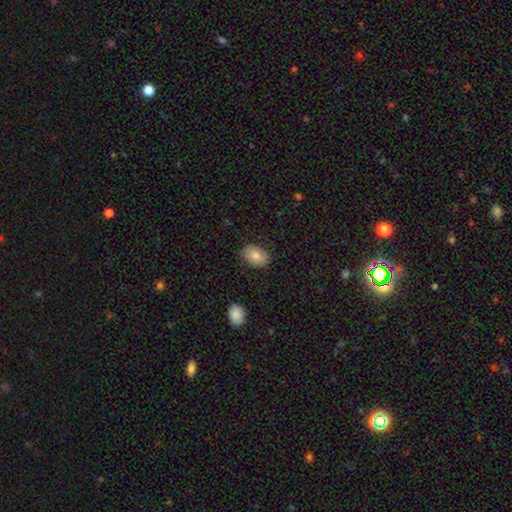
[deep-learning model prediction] smooth 77%, featured or disk 15%, star or artifact 8%. Down the decision tree: how rounded — in between (81%); merging — none (84%).